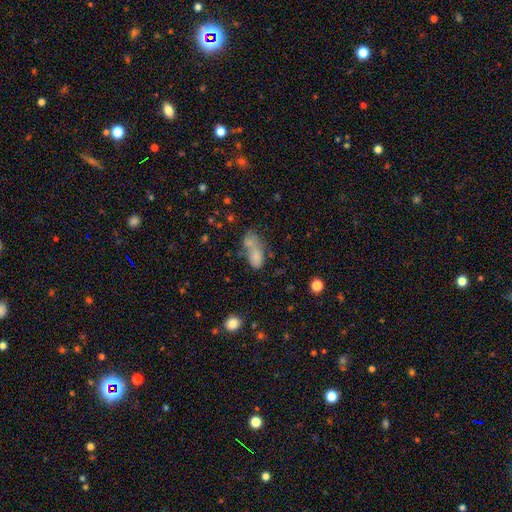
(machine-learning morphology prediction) type=smooth (74%); roundness=in between (86%); merging=merger (55%).